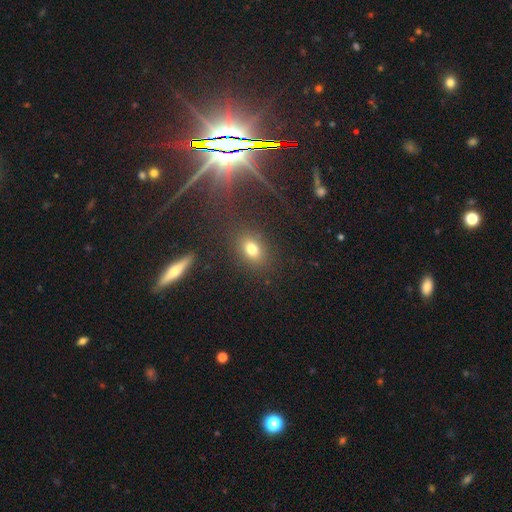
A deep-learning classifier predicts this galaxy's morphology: A smooth galaxy with no disk features (61%) that is in between round and cigar-shaped (63%).

Vote fractions:
- Smooth or featured? smooth: 61% / star or artifact: 27% / featured or disk: 12%
- How rounded? in between: 63% / round: 34% / cigar-shaped: 3%
- Merging? none: 87% / minor disturbance: 8% / major disturbance: 3% / merger: 2%